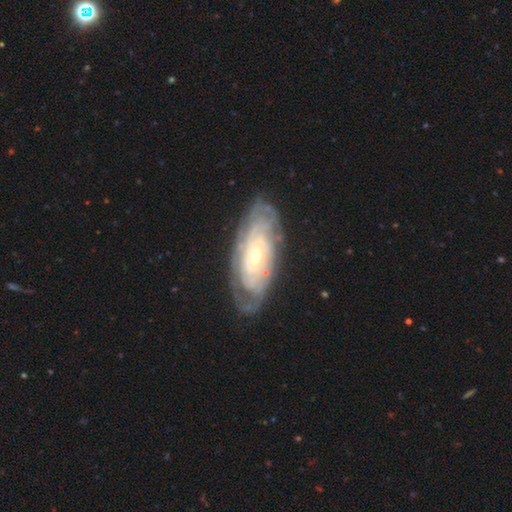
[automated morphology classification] This appears to be a featured or disk galaxy (83%) with no bar (64%), tight (78%) spiral arms (93%) and a small central bulge (51%). Merging: none (75%).